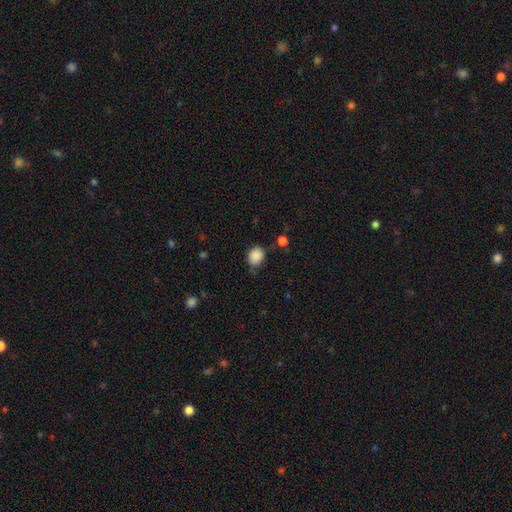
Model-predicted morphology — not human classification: Smooth or featured?
  - smooth: 87% *
  - star or artifact: 9%
  - featured or disk: 4%
How rounded?
  - round: 57% *
  - in between: 42%
  - cigar-shaped: 1%
Merging?
  - none: 67% *
  - minor disturbance: 25%
  - major disturbance: 5%
  - merger: 4%